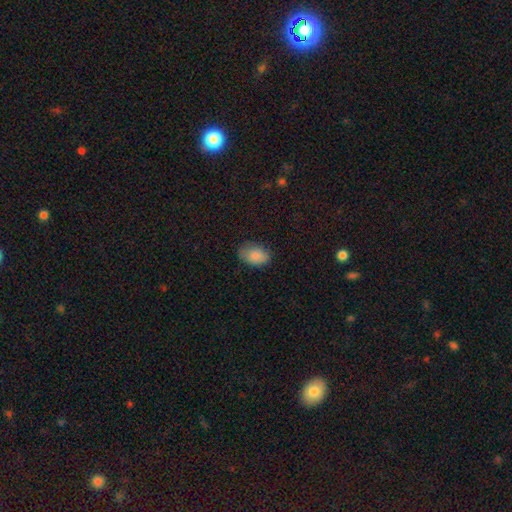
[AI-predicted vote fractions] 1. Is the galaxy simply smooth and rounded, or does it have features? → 86% smooth, 8% star or artifact, 6% featured or disk.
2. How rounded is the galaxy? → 83% in between, 16% round, 1% cigar-shaped.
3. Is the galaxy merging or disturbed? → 73% none, 21% minor disturbance, 5% major disturbance, 1% merger.